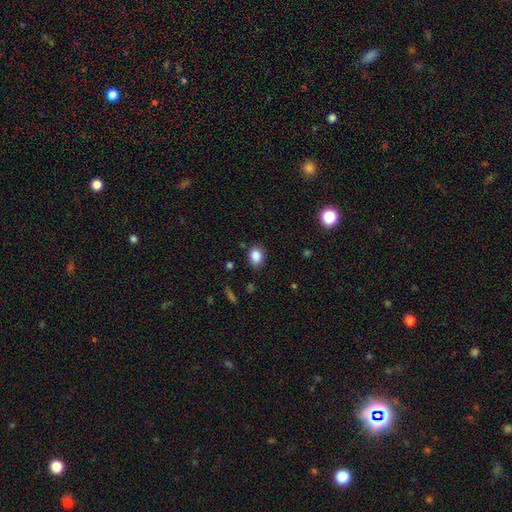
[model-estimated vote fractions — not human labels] Smooth or featured?
  - smooth: 86% *
  - star or artifact: 10%
  - featured or disk: 4%
How rounded?
  - in between: 59% *
  - round: 40%
  - cigar-shaped: 1%
Merging?
  - none: 78% *
  - minor disturbance: 16%
  - major disturbance: 3%
  - merger: 2%